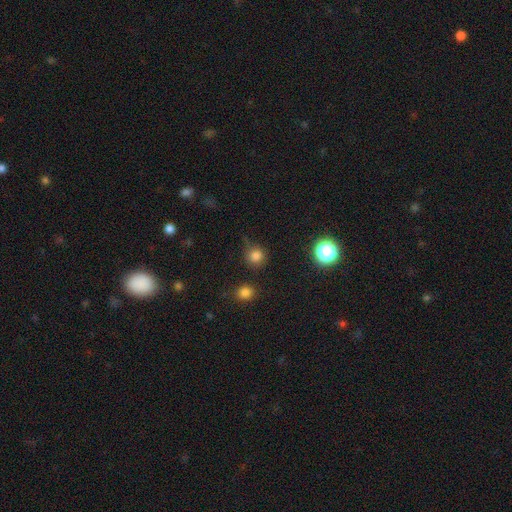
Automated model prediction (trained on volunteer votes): Smooth or featured? smooth (80%)
How rounded? round (92%)
Merging? none (78%)